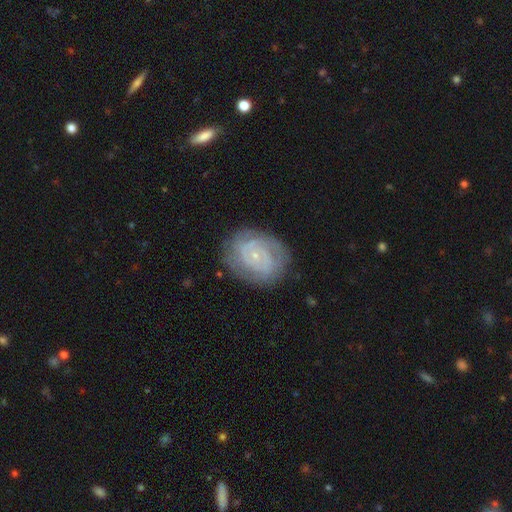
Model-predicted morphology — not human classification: Smooth or featured: featured or disk — 78% (smooth — 15%)
Edge-on disk: no — 98% (yes — 2%)
Bar: no — 72% (weak — 24%)
Spiral arms: yes — 91% (no — 9%)
Spiral winding: tight — 70% (medium — 24%)
Spiral arm count: 2 — 37% (can't tell — 33%)
Bulge size: small — 85% (moderate — 10%)
Merging: none — 80% (minor disturbance — 14%)